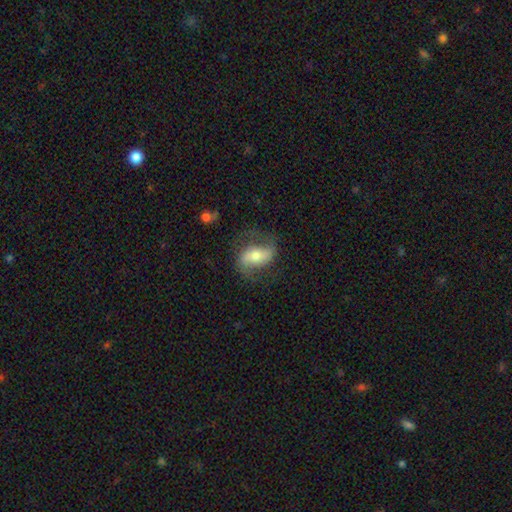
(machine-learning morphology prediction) This is likely a featured or disk galaxy (60%). It is clearly not viewed edge-on (92%). Bar: marginally strong (41%). Spiral arm pattern: clearly yes (83%). Central bulge: possibly moderate (56%). Merging: likely none (67%).